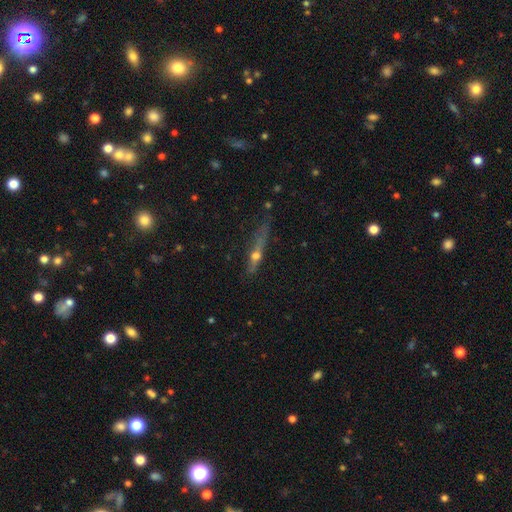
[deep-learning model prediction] Smooth or featured? featured or disk (56%)
Edge-on disk? yes (88%)
Merging? none (54%)